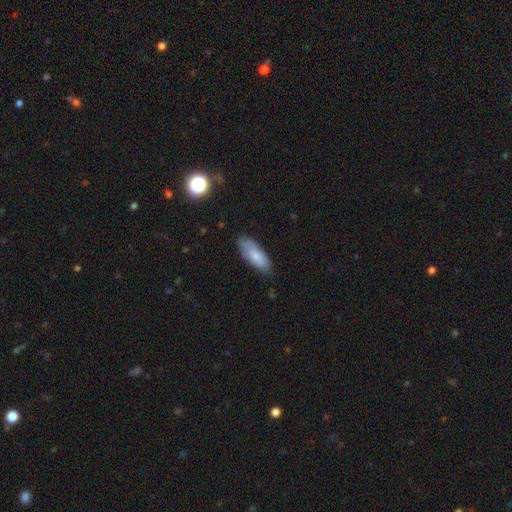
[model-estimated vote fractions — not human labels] Morphology: type=smooth (76%); roundness=in between (72%); merging=none (74%).